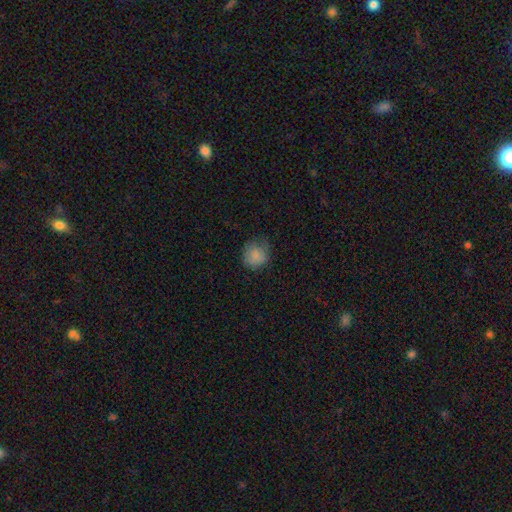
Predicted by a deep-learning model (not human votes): smooth-or-featured: smooth: 84% | star or artifact: 9% | featured or disk: 7%
  how-rounded: round: 85% | in between: 14% | cigar-shaped: 1%
  merging: none: 69% | minor disturbance: 22% | major disturbance: 7% | merger: 1%